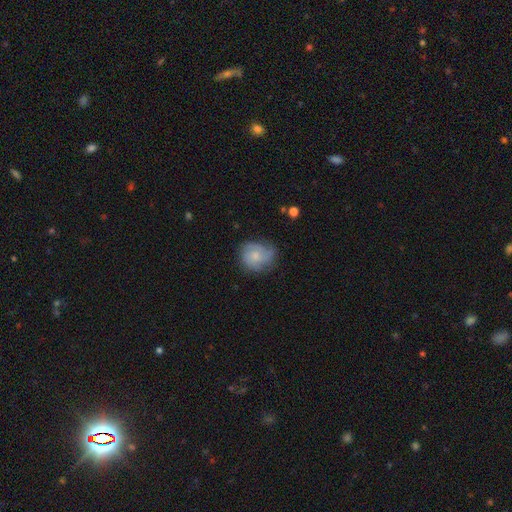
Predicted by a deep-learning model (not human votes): A smooth galaxy with no disk features (57%) that is round (70%).

Vote fractions:
- Smooth or featured? smooth: 57% / featured or disk: 35% / star or artifact: 8%
- How rounded? round: 70% / in between: 29% / cigar-shaped: 1%
- Merging? none: 60% / minor disturbance: 28% / major disturbance: 10% / merger: 2%